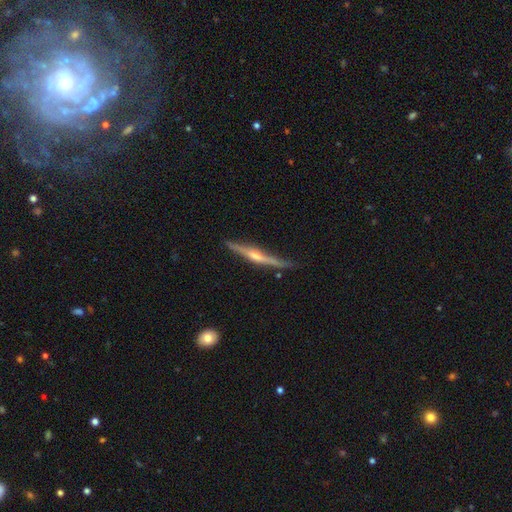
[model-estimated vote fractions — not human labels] Smooth or featured?
  - featured or disk: 77% *
  - smooth: 17%
  - star or artifact: 5%
Edge-on disk?
  - yes: 97% *
  - no: 3%
Edge-on bulge?
  - rounded: 80% *
  - none: 12%
  - boxy: 8%
Merging?
  - none: 81% *
  - minor disturbance: 14%
  - major disturbance: 3%
  - merger: 2%